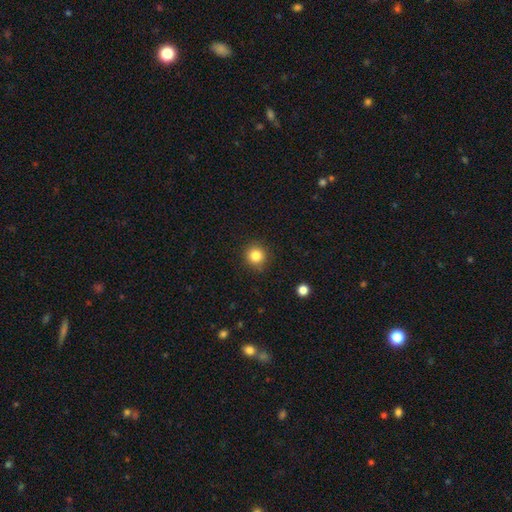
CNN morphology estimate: A smooth galaxy with no disk features (83%) that is round (94%).

Vote fractions:
- Smooth or featured? smooth: 83% / star or artifact: 11% / featured or disk: 5%
- How rounded? round: 94% / in between: 5% / cigar-shaped: 1%
- Merging? none: 90% / minor disturbance: 7% / major disturbance: 2% / merger: 1%